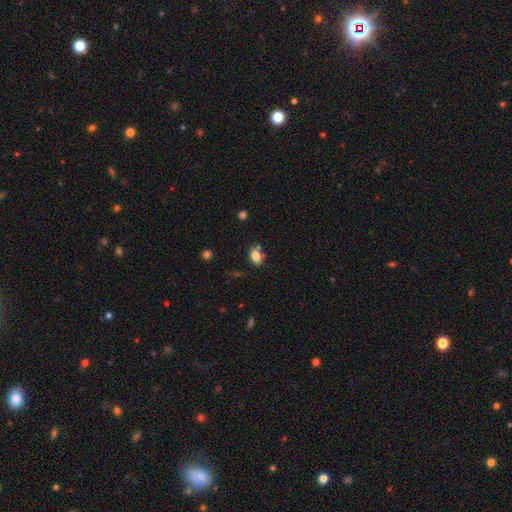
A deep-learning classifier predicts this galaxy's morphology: This is likely a smooth galaxy (79%). How rounded: clearly in between (84%). Merging: likely none (66%).